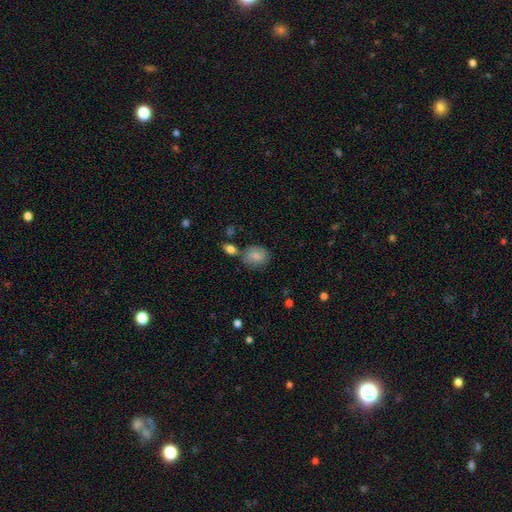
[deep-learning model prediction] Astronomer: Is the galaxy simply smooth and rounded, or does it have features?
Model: smooth — 79%.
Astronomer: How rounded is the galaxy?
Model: round — 50% (runner-up: in between, 49%).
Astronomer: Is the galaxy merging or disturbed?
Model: none — 62%.